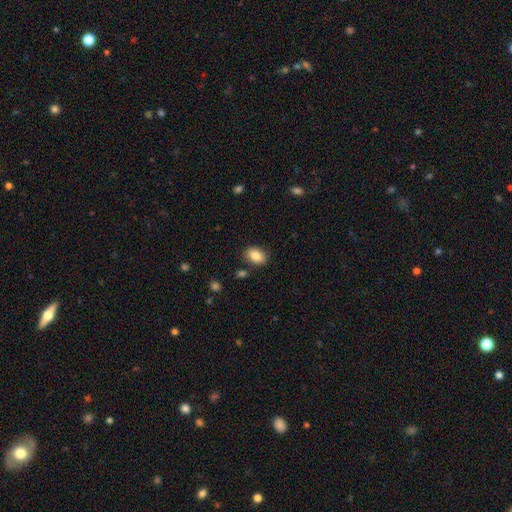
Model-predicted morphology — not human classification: Smooth or featured?
  - smooth: 85% *
  - star or artifact: 8%
  - featured or disk: 6%
How rounded?
  - in between: 77% *
  - round: 22%
  - cigar-shaped: 1%
Merging?
  - none: 84% *
  - minor disturbance: 10%
  - merger: 3%
  - major disturbance: 3%